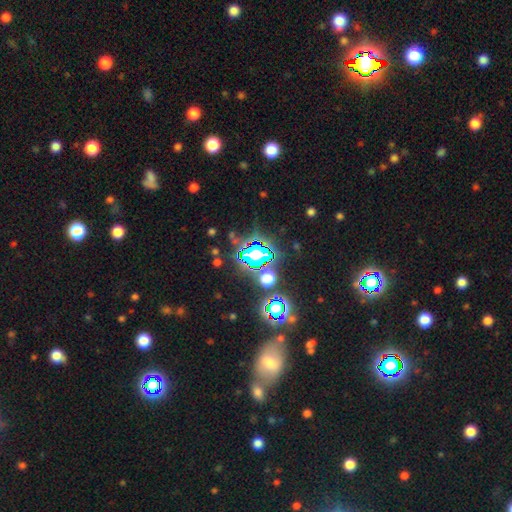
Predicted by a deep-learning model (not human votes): Smooth or featured?
  - star or artifact: 76% *
  - smooth: 15%
  - featured or disk: 9%